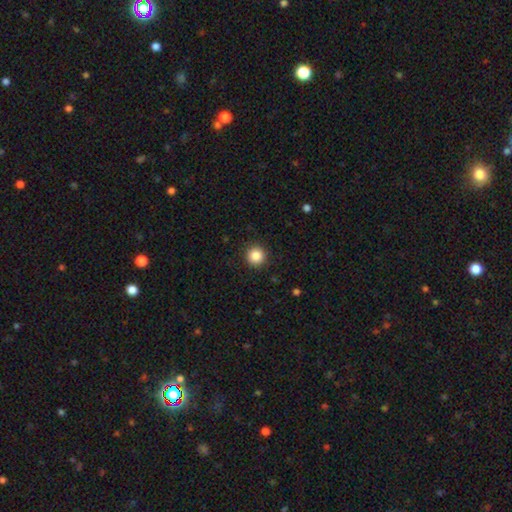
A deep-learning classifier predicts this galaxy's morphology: A smooth galaxy with no disk features (86%) that is round (95%). Merging: none (91%).